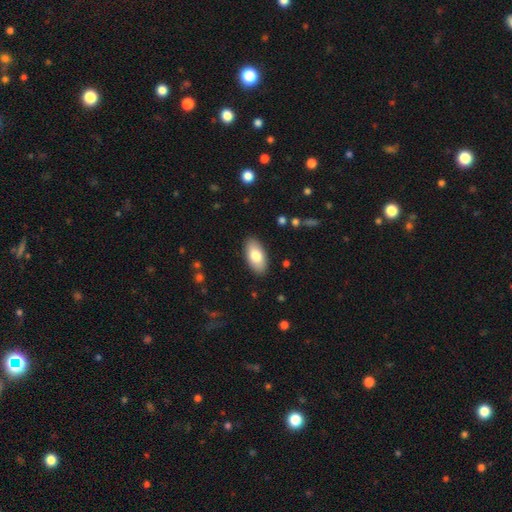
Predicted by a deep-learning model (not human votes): Morphology: type=smooth (77%); roundness=in between (94%); merging=none (88%).